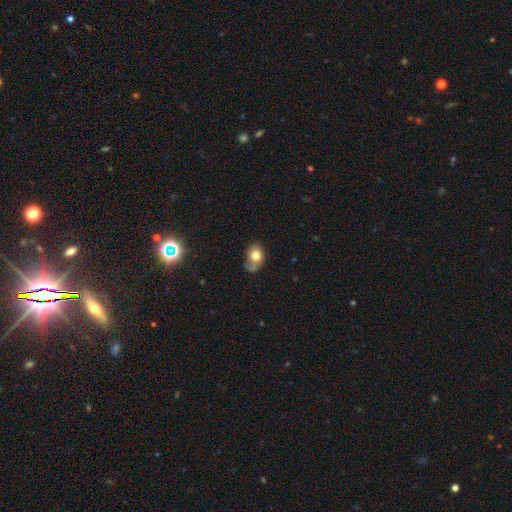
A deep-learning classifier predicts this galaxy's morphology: type=smooth (69%); roundness=in between (57%); merging=none (48%).